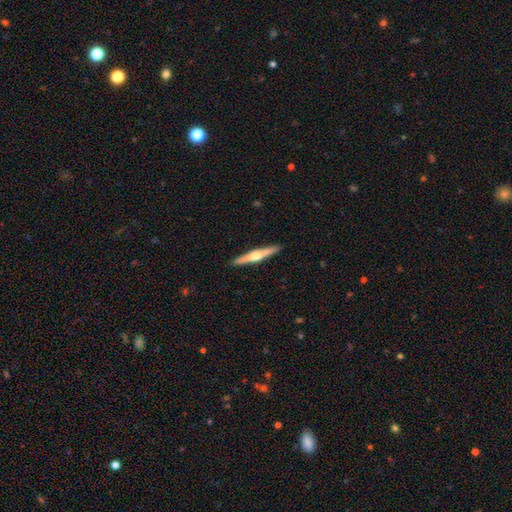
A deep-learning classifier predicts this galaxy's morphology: type=featured or disk (63%); edge-on=yes (98%); edge-on bulge=rounded (91%); merging=none (92%).